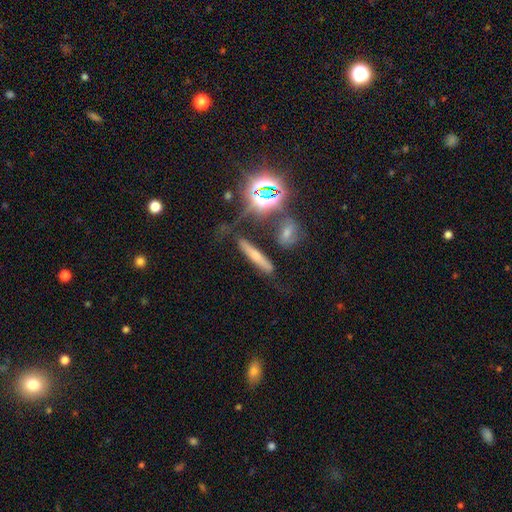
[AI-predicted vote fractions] This is possibly a smooth galaxy (50%). How rounded: clearly cigar-shaped (84%). Merging: likely none (72%).